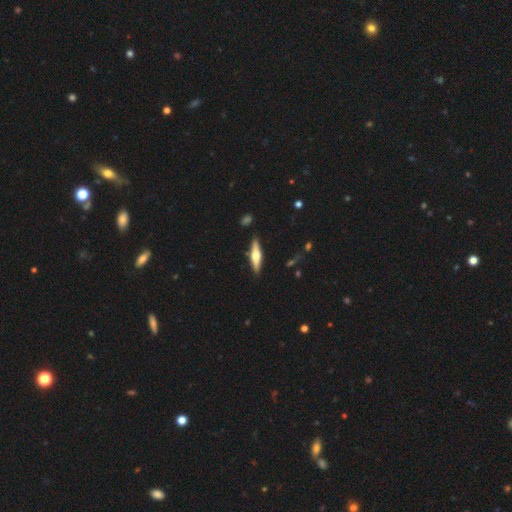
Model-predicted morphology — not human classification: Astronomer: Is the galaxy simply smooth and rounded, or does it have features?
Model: featured or disk — 58% (runner-up: smooth, 37%).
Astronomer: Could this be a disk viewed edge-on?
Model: yes — 95%.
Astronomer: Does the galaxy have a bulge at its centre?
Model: rounded — 92%.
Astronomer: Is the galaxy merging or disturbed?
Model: none — 88%.